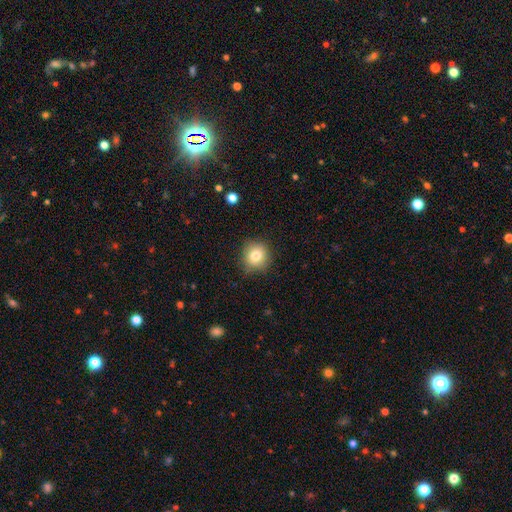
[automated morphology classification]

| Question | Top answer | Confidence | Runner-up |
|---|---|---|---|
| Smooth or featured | smooth | 80% | star or artifact (10%) |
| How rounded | round | 91% | in between (8%) |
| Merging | none | 87% | minor disturbance (10%) |